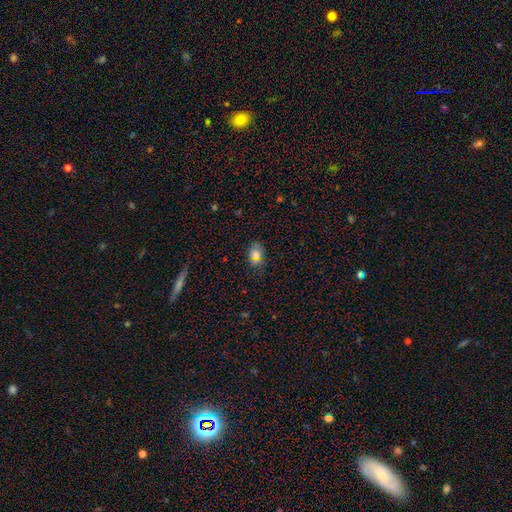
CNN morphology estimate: A smooth galaxy with no disk features (70%) that is in between round and cigar-shaped (70%). Merging: none (81%).